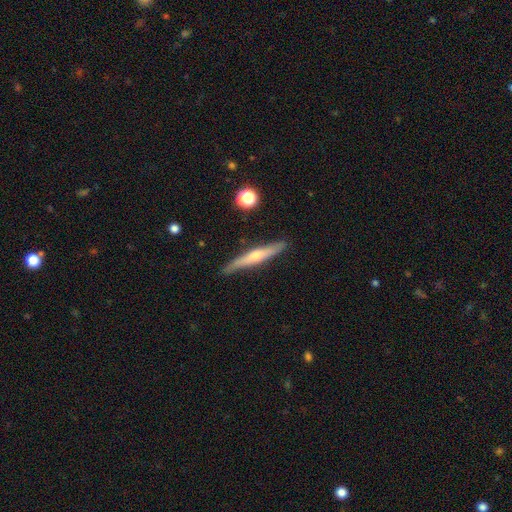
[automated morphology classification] Smooth or featured: featured or disk — 69% (smooth — 24%)
Edge-on disk: yes — 96% (no — 4%)
Edge-on bulge: rounded — 83% (none — 12%)
Merging: none — 87% (minor disturbance — 10%)